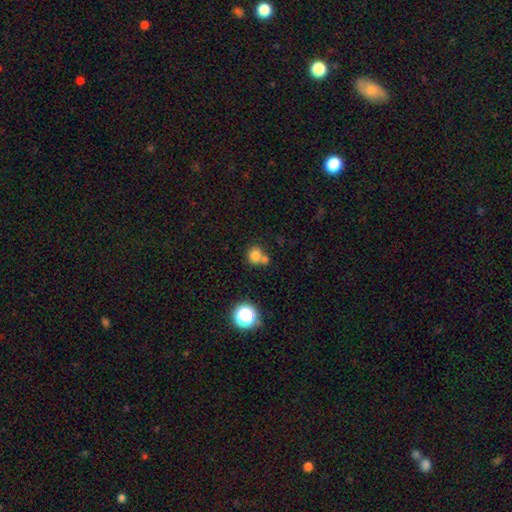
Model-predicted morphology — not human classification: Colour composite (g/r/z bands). It shows a smooth galaxy with no disk features (78%) that is round (85%). Merging: none (51%).